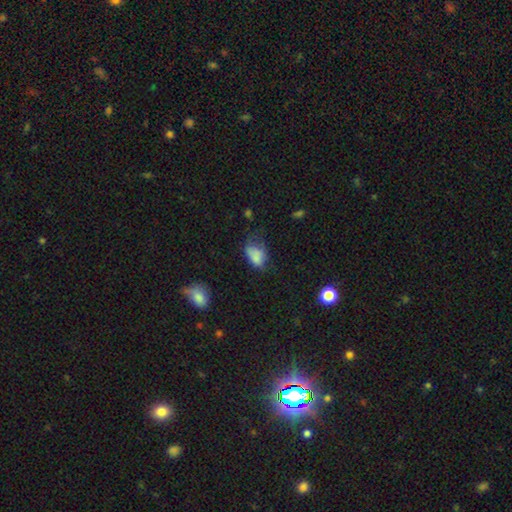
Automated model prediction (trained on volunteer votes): smooth-or-featured: smooth: 74% | featured or disk: 13% | star or artifact: 12%
  how-rounded: in between: 86% | round: 12% | cigar-shaped: 2%
  merging: minor disturbance: 34% | major disturbance: 32% | none: 30% | merger: 4%